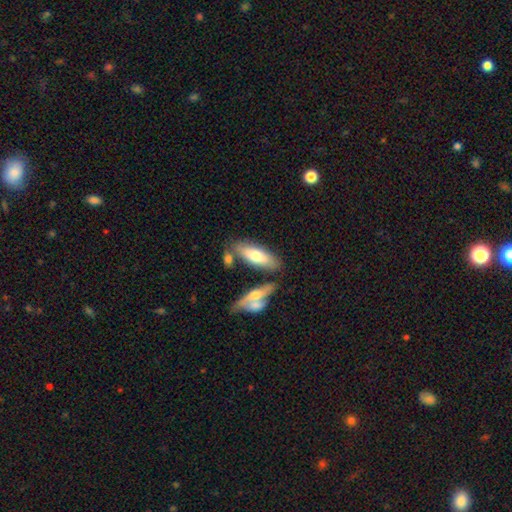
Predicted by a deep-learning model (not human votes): A smooth galaxy with no disk features (66%) that is in between round and cigar-shaped (67%). Merging: none (63%).